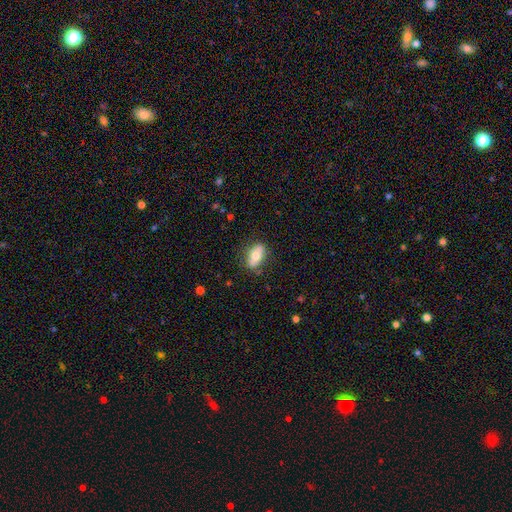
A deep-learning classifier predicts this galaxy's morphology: smooth-or-featured: smooth: 68% | featured or disk: 25% | star or artifact: 7%
  how-rounded: in between: 86% | cigar-shaped: 9% | round: 6%
  merging: none: 79% | minor disturbance: 15% | major disturbance: 4% | merger: 2%